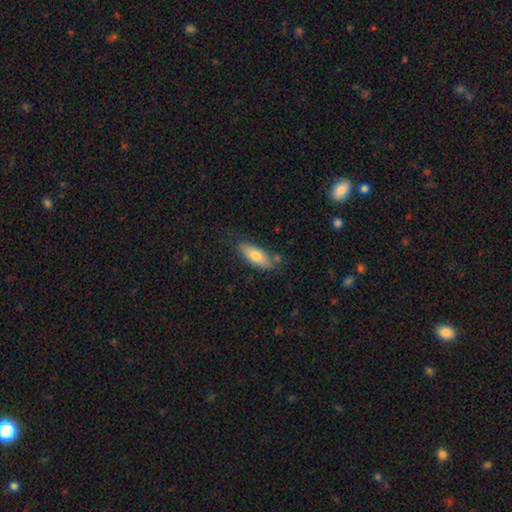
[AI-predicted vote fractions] Smooth or featured? Predicted: smooth (p=0.72). How rounded? Predicted: in between (p=0.70). Merging? Predicted: none (p=0.68).